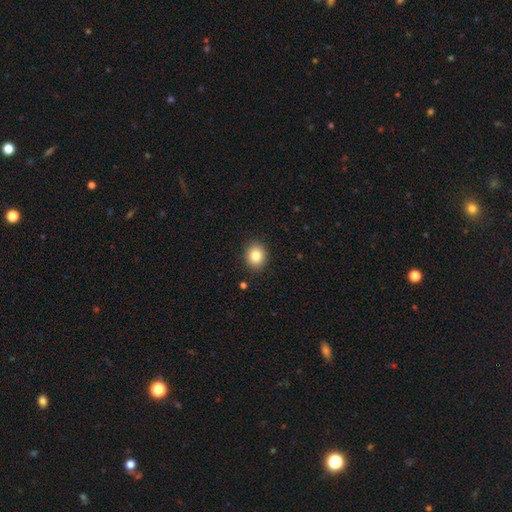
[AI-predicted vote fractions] smooth 83%, star or artifact 10%, featured or disk 7%. Down the decision tree: how rounded — round (64%); merging — none (89%).